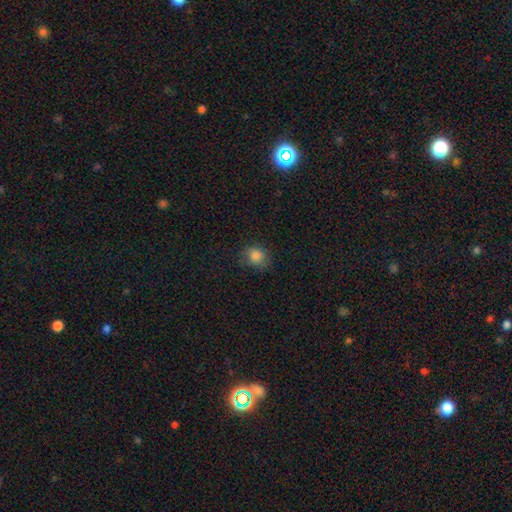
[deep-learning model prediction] Smooth or featured: smooth — 82% (star or artifact — 11%)
How rounded: round — 68% (in between — 31%)
Merging: none — 75% (minor disturbance — 19%)